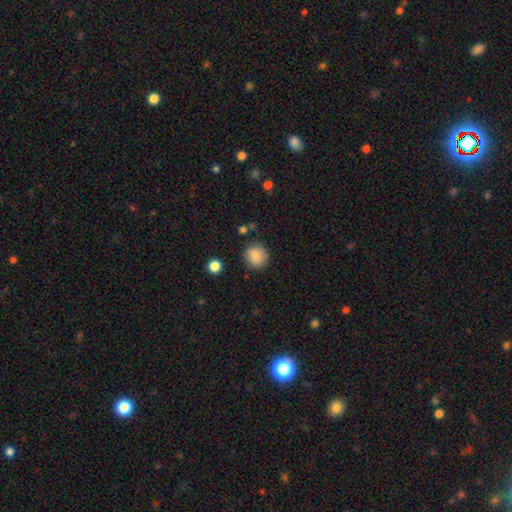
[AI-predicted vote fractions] Morphology: type=smooth (86%); roundness=round (91%); merging=none (85%).